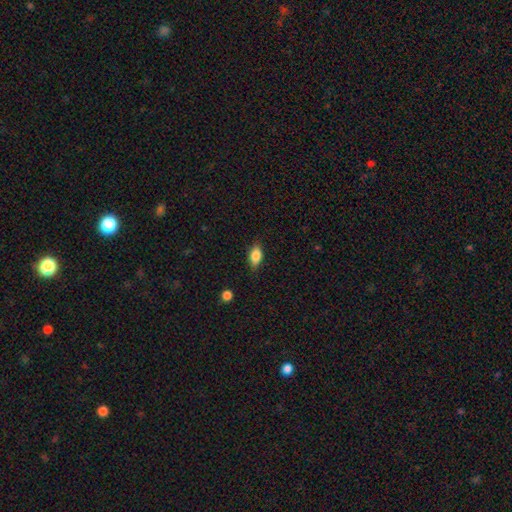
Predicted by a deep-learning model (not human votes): This is clearly a smooth galaxy (81%). How rounded: clearly in between (87%). Merging: clearly none (82%).